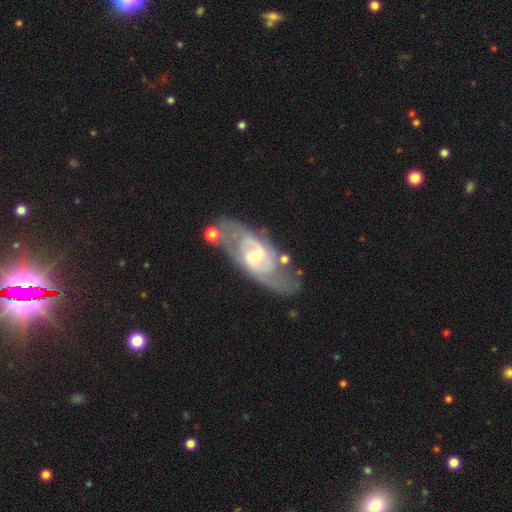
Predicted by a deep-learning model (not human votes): smooth-or-featured: featured or disk: 81% | smooth: 13% | star or artifact: 5%
  disk-edge-on: no: 92% | yes: 8%
    bar: weak: 45% | no: 39% | strong: 16%
    has-spiral-arms: yes: 86% | no: 14%
      spiral-winding: medium: 46% | tight: 34% | loose: 20%
      spiral-arm-count: 2: 72% | can't tell: 19% | 3: 4% | 1: 3% | 4: 2% | more than 4: 2%
    bulge-size: small: 57% | moderate: 36% | large: 4% | none: 2% | dominant: 1%
  merging: none: 62% | minor disturbance: 18% | major disturbance: 11% | merger: 9%